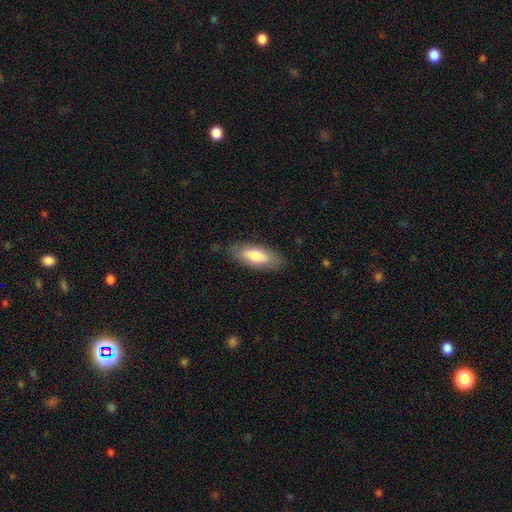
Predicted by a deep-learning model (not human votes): smooth-or-featured: smooth: 73% | featured or disk: 21% | star or artifact: 6%
  how-rounded: in between: 76% | cigar-shaped: 22% | round: 2%
  merging: none: 83% | minor disturbance: 13% | major disturbance: 3% | merger: 1%